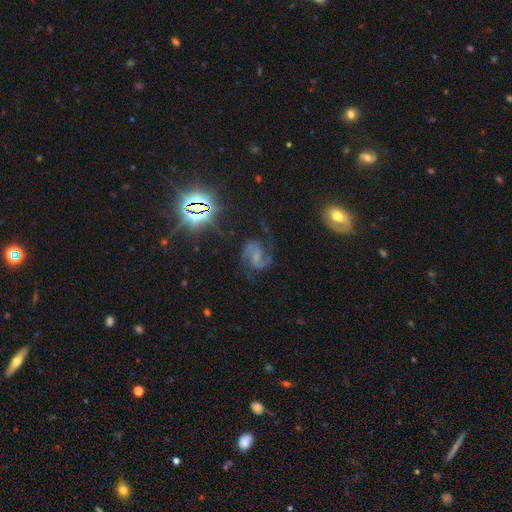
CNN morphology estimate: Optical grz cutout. It shows a featured or disk galaxy (79%) with a weak bar (45%), 2 (90%) medium (55%) spiral arms (96%) and no central bulge (43%). Merging: none (67%).